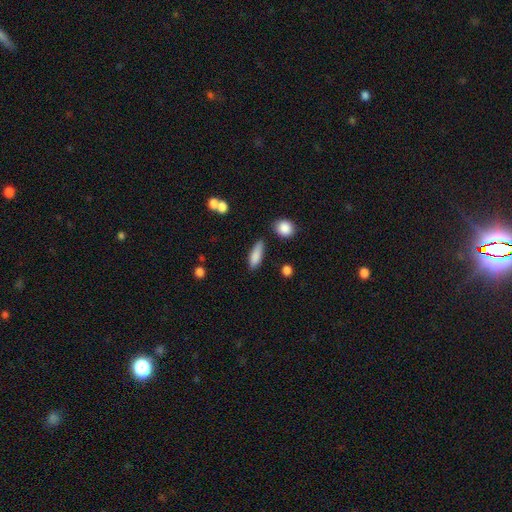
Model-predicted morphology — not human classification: A smooth galaxy with no disk features (84%) that is in between round and cigar-shaped (54%). Merging: none (75%).